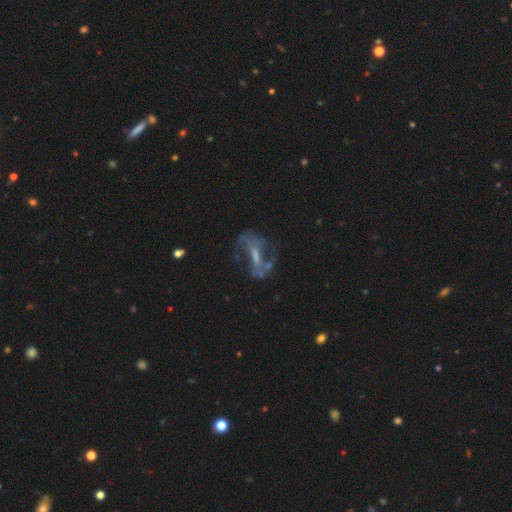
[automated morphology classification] smooth_or_featured: featured or disk (p=0.78) [alt: smooth p=0.11]
disk_edge_on: no (p=0.92) [alt: yes p=0.08]
bar: weak (p=0.40) [alt: strong p=0.39]
has_spiral_arms: yes (p=0.81) [alt: no p=0.19]
spiral_winding: loose (p=0.47) [alt: medium p=0.41]
spiral_arm_count: 2 (p=0.81) [alt: can't tell p=0.11]
bulge_size: small (p=0.42) [alt: moderate p=0.31]
merging: none (p=0.57) [alt: major disturbance p=0.21]